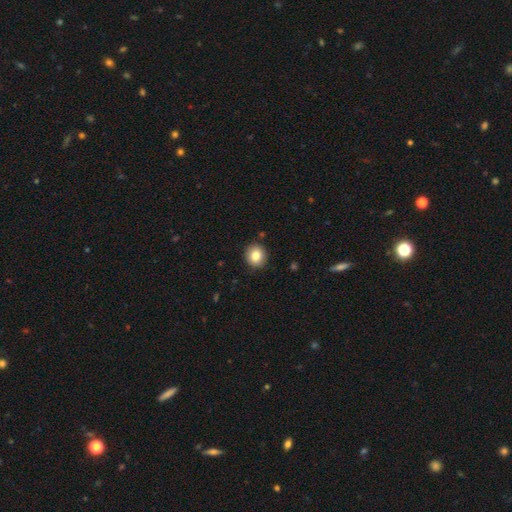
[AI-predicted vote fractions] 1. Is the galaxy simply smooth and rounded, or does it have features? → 84% smooth, 9% star or artifact, 7% featured or disk.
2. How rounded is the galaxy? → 85% round, 14% in between, 1% cigar-shaped.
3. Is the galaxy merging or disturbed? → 90% none, 7% minor disturbance, 2% major disturbance, 1% merger.